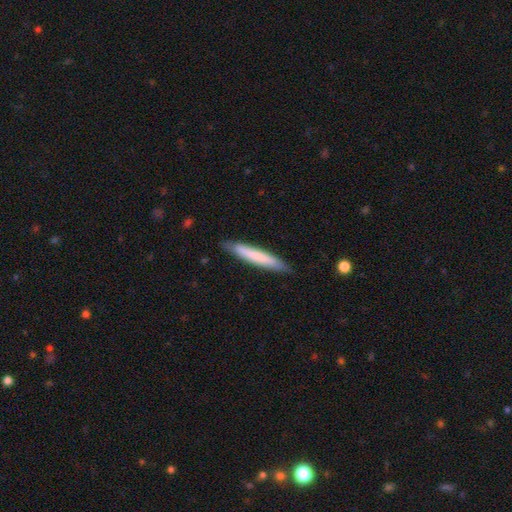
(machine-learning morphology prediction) This appears to be a smooth galaxy with no disk features (70%) that is cigar-shaped (94%). Merging: none (86%).